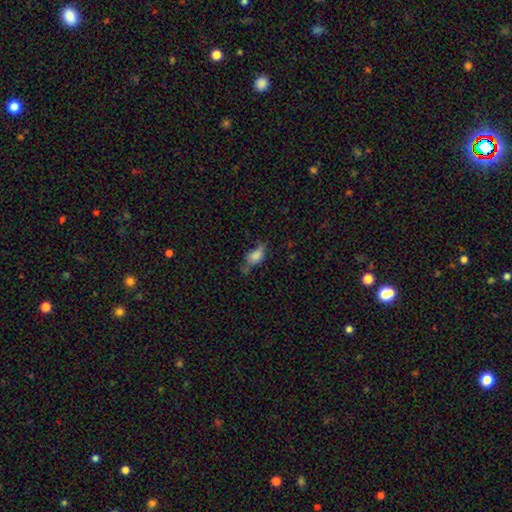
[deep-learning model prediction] Overall: smooth (68%). How rounded: in between (82%). Merging: none (40%; minor disturbance 33%).